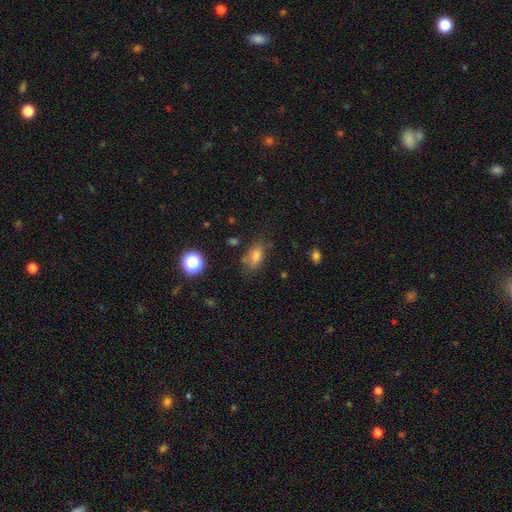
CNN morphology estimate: A smooth galaxy with no disk features (73%) that is in between round and cigar-shaped (81%). Merging: none (66%).